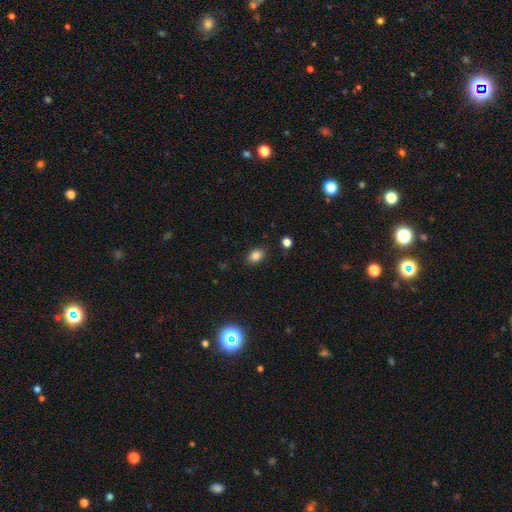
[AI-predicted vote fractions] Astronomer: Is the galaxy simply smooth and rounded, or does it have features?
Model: smooth — 84%.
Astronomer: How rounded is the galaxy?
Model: in between — 71%.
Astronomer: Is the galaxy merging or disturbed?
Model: none — 85%.